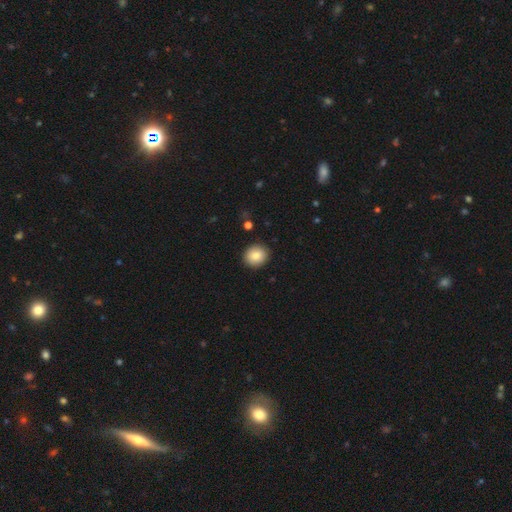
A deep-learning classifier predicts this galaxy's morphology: Smooth or featured? smooth (84%)
How rounded? round (77%)
Merging? none (91%)